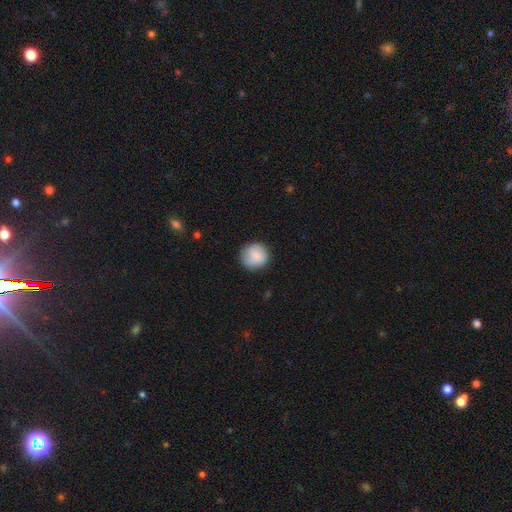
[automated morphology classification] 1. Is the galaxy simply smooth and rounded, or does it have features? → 82% smooth, 11% featured or disk, 7% star or artifact.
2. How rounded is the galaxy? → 92% round, 7% in between, 1% cigar-shaped.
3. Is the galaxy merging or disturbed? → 82% none, 13% minor disturbance, 3% major disturbance, 1% merger.